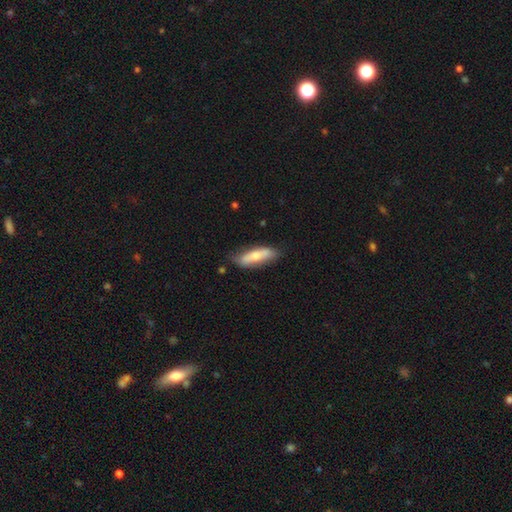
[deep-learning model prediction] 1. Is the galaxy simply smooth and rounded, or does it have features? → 63% smooth, 31% featured or disk, 6% star or artifact.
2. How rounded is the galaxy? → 50% cigar-shaped, 48% in between, 2% round.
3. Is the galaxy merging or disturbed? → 68% none, 24% minor disturbance, 5% major disturbance, 3% merger.